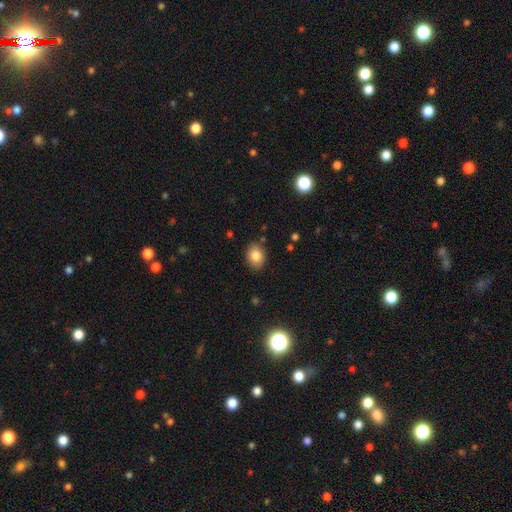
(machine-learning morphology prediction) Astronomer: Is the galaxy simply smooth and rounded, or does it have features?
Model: smooth — 83%.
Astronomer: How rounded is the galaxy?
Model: in between — 65%.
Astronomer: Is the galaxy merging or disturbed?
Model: none — 85%.